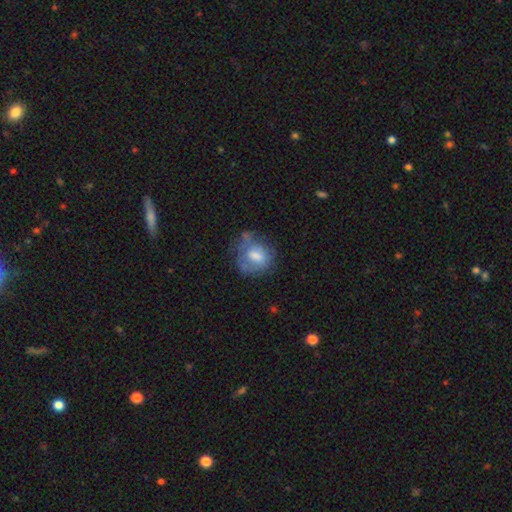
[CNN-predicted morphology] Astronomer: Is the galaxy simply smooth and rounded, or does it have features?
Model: smooth — 54% (runner-up: featured or disk, 37%).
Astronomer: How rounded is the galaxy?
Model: round — 61% (runner-up: in between, 38%).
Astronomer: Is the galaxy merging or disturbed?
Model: none — 43% (runner-up: minor disturbance, 29%).